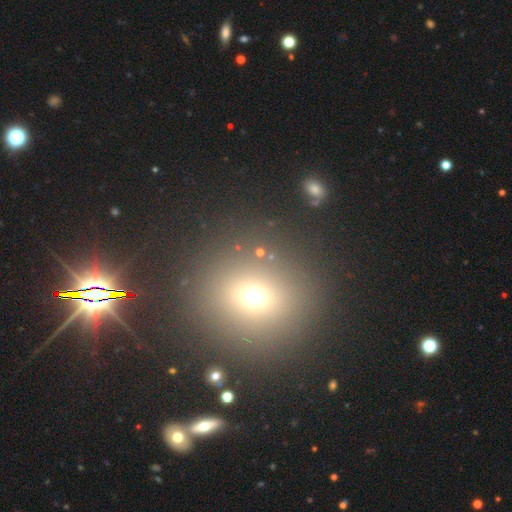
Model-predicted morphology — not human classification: Overall: smooth (56%; star or artifact 34%). How rounded: round (86%). Merging: none (85%).